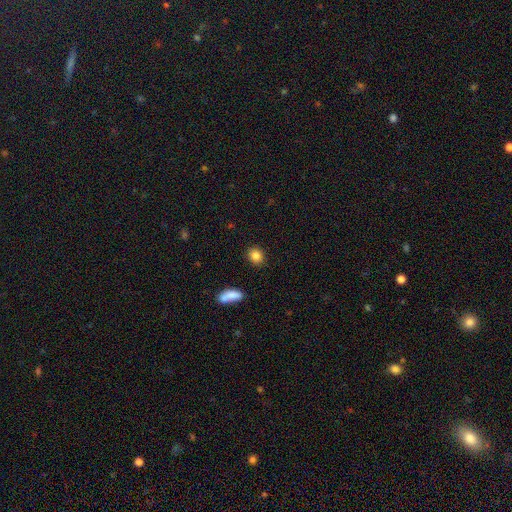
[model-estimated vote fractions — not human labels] Smooth or featured? smooth (85%)
How rounded? round (62%)
Merging? none (88%)